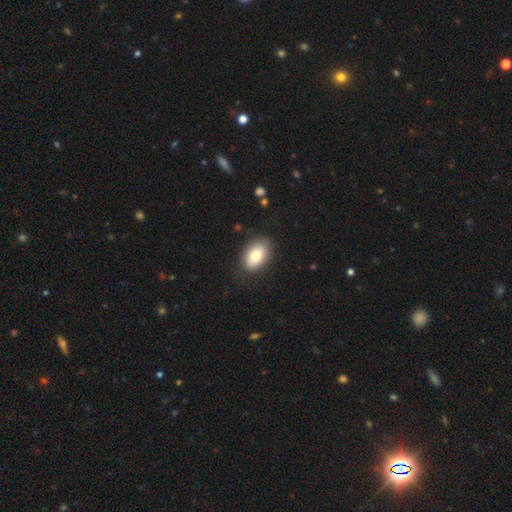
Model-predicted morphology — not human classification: Smooth or featured? smooth (81%)
How rounded? in between (91%)
Merging? none (85%)